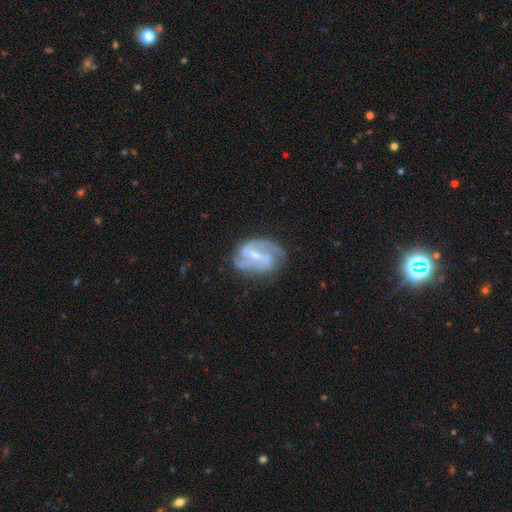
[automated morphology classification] A featured or disk galaxy (88%) with a strong bar (45%), 2 (62%) medium (52%) spiral arms (96%) and a small central bulge (49%).

Vote fractions:
- Smooth or featured? featured or disk: 88% / smooth: 7% / star or artifact: 5%
- Edge-on disk? no: 97% / yes: 3%
- Bar? strong: 45% / weak: 43% / no: 12%
- Spiral arms? yes: 96% / no: 4%
- Spiral winding? medium: 52% / tight: 29% / loose: 19%
- Spiral arm count? 2: 62% / 3: 21% / can't tell: 8% / 1: 4% / 4: 3% / more than 4: 2%
- Bulge size? small: 49% / moderate: 44% / none: 4% / large: 2% / dominant: 1%
- Merging? none: 66% / minor disturbance: 22% / major disturbance: 10% / merger: 2%